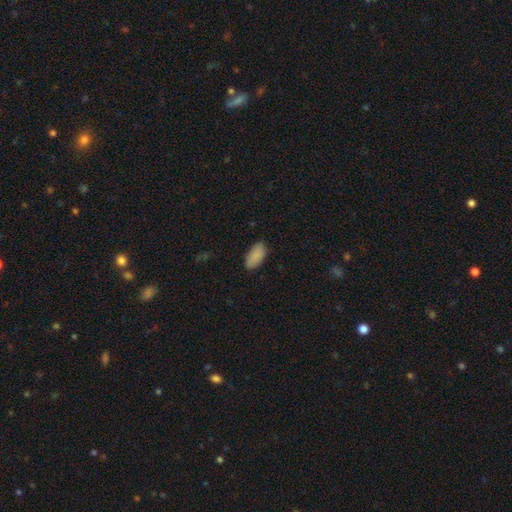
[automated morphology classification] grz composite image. It shows a smooth galaxy with no disk features (90%) that is in between round and cigar-shaped (94%). Merging: none (85%).